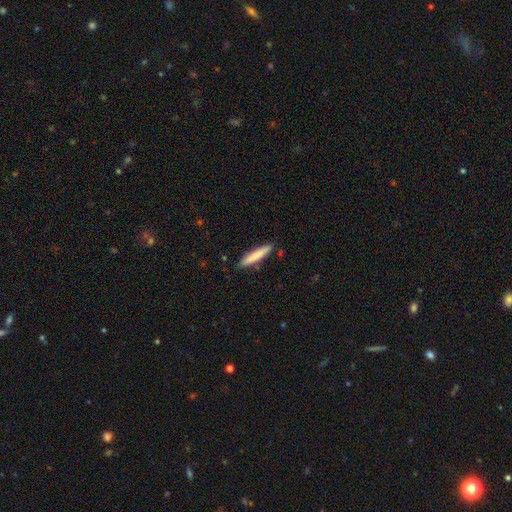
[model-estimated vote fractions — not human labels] Smooth or featured?
  - smooth: 81% *
  - featured or disk: 14%
  - star or artifact: 5%
How rounded?
  - cigar-shaped: 91% *
  - in between: 7%
  - round: 1%
Merging?
  - none: 87% *
  - minor disturbance: 9%
  - merger: 2%
  - major disturbance: 2%